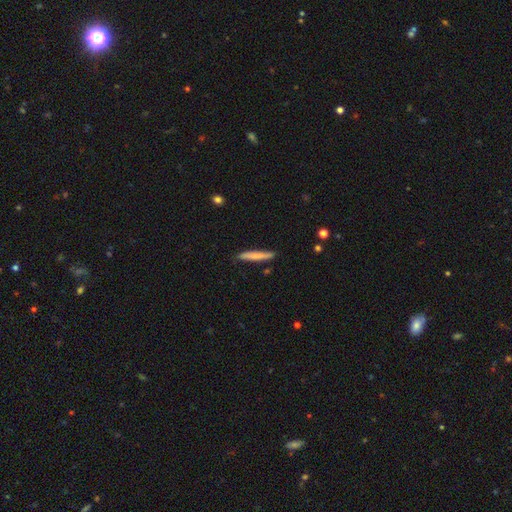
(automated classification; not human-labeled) This appears to be a smooth galaxy with no disk features (70%) that is cigar-shaped (94%). Merging: none (84%).